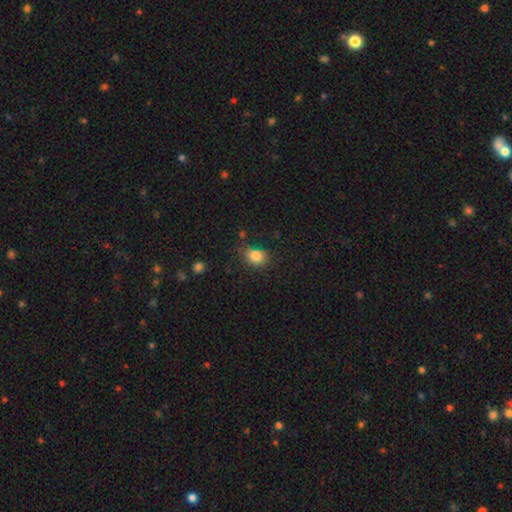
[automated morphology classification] type=smooth (83%); roundness=round (52%); merging=none (71%).